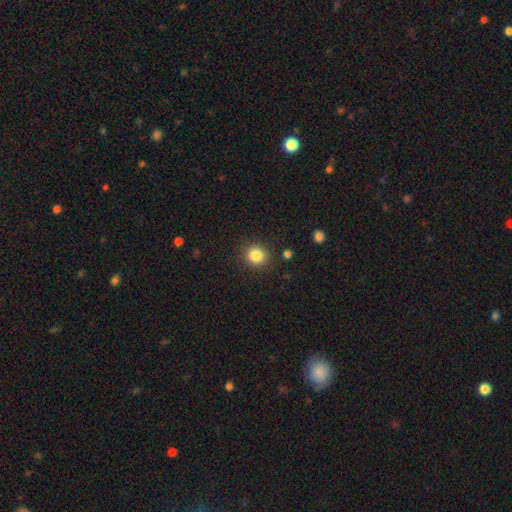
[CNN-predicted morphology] Smooth or featured: smooth — 85% (star or artifact — 11%)
How rounded: round — 88% (in between — 11%)
Merging: none — 88% (minor disturbance — 7%)